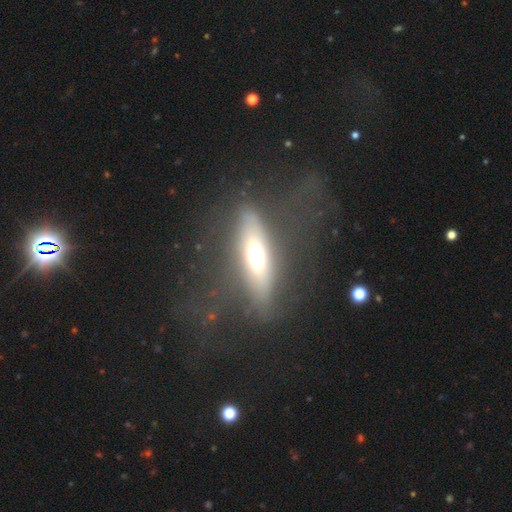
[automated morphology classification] type=featured or disk (47%); merging=none (62%).